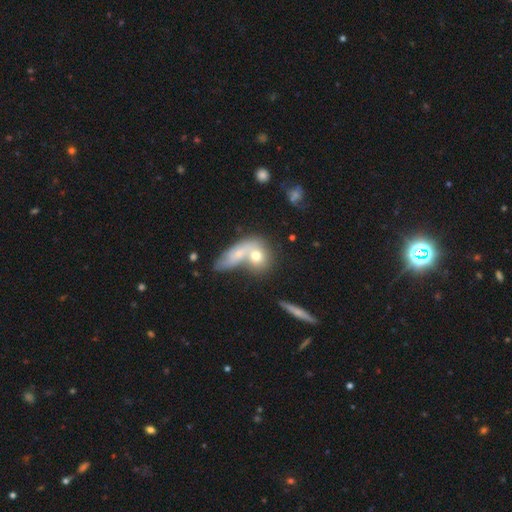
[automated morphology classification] This appears to be a featured or disk galaxy (44%). Merging: merger (56%).